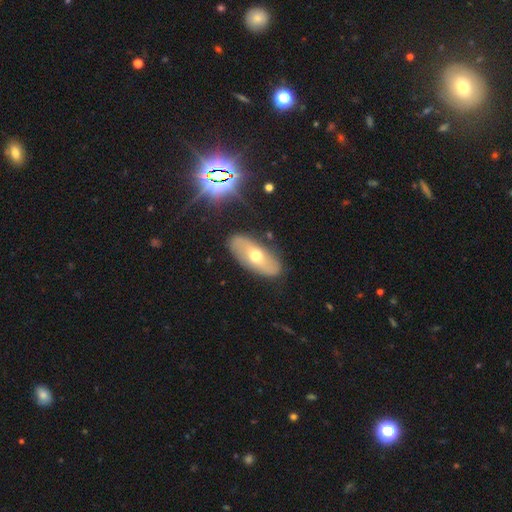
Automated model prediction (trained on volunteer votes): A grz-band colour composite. It shows a featured or disk galaxy (48%). Merging: none (81%).